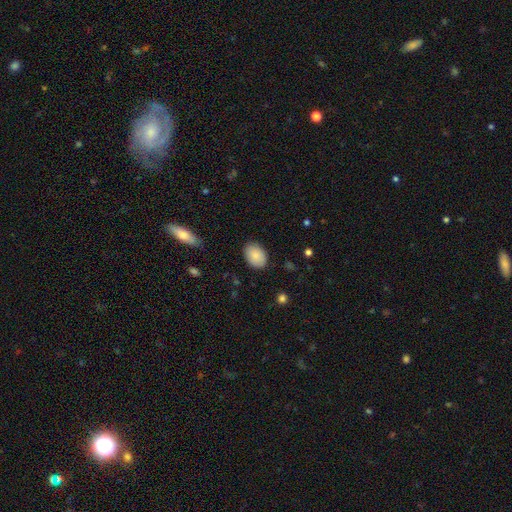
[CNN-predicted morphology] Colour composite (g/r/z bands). It shows a smooth galaxy with no disk features (85%) that is in between round and cigar-shaped (83%). Merging: none (84%).